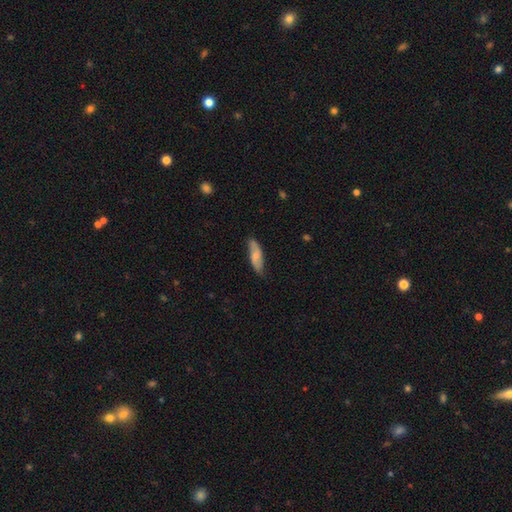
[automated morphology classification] smooth 63%, featured or disk 30%, star or artifact 6%. Down the decision tree: how rounded — in between (57%); merging — none (72%).